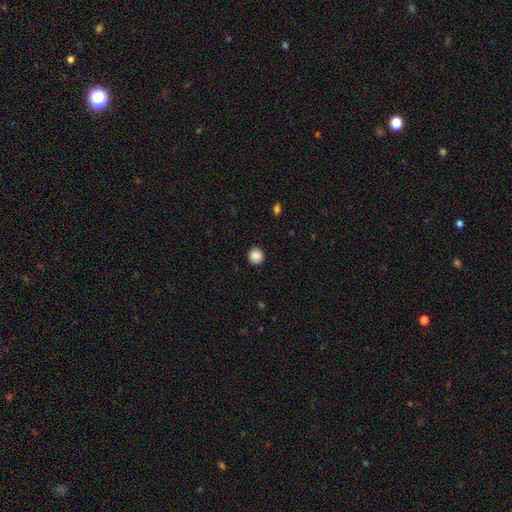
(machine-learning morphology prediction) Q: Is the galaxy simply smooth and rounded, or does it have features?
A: smooth — 88%.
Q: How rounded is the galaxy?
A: round — 93%.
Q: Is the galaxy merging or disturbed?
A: none — 92%.